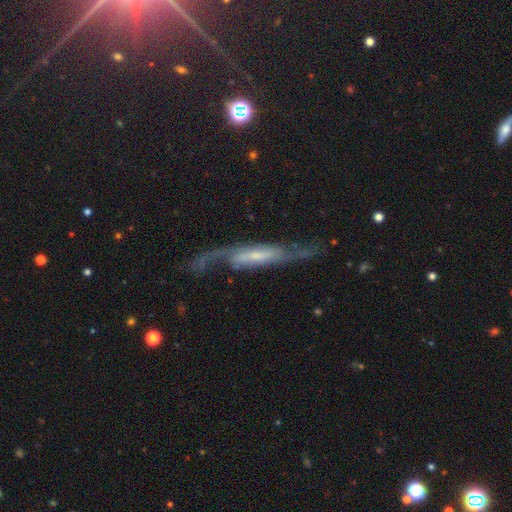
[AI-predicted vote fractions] This is clearly a featured or disk galaxy (82%). It is likely not viewed edge-on (72%). Bar: marginally weak (38%). Spiral arm pattern: clearly yes (94%). Spiral arm count: clearly 2 (88%). Spiral winding: likely loose (63%). Central bulge: possibly small (49%). Merging: possibly none (58%).